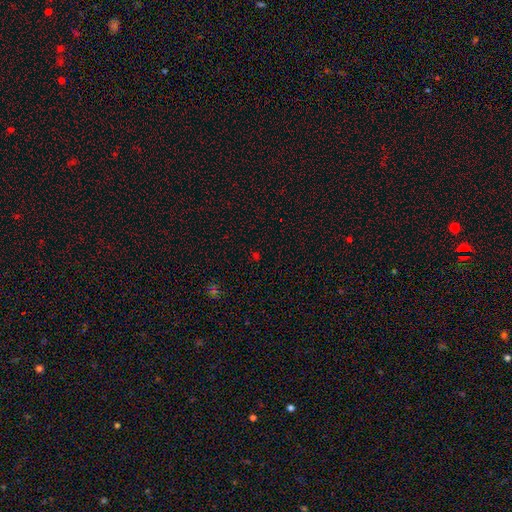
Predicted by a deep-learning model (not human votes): smooth_or_featured: star or artifact (p=0.55) [alt: smooth p=0.38]